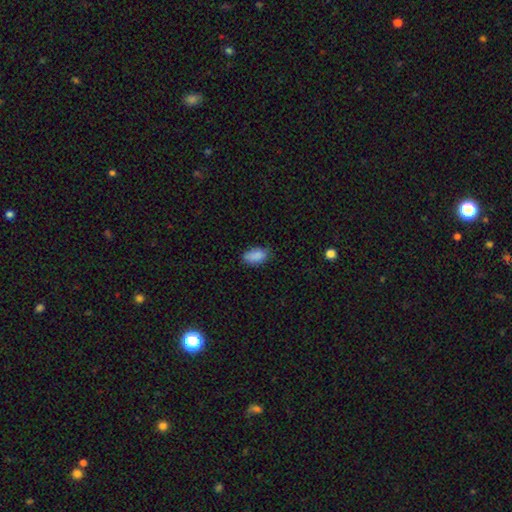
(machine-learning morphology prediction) This appears to be a smooth galaxy with no disk features (87%) that is in between round and cigar-shaped (92%). Merging: none (74%).